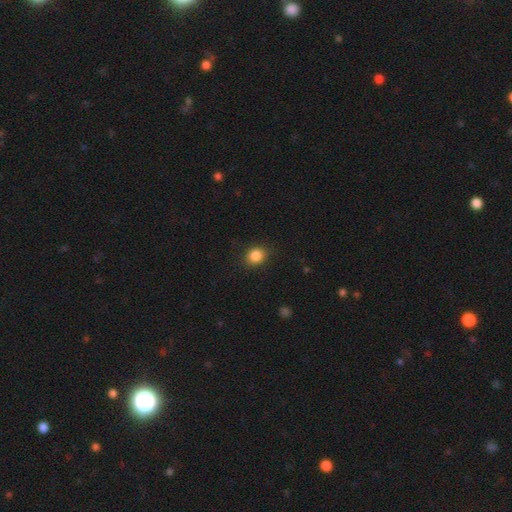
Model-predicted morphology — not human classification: Smooth or featured? Predicted: smooth (p=0.86). How rounded? Predicted: round (p=0.62). Merging? Predicted: none (p=0.86).